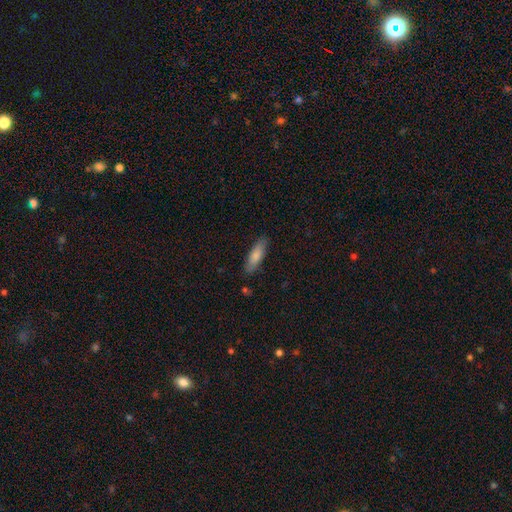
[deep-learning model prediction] A smooth galaxy with no disk features (80%) that is cigar-shaped (51%).

Vote fractions:
- Smooth or featured? smooth: 80% / featured or disk: 15% / star or artifact: 6%
- How rounded? cigar-shaped: 51% / in between: 48% / round: 2%
- Merging? none: 83% / minor disturbance: 13% / major disturbance: 2% / merger: 2%